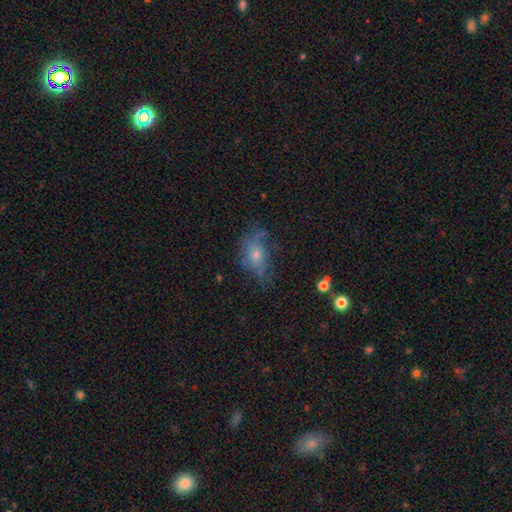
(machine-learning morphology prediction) A smooth galaxy with no disk features (47%). Merging: none (50%).